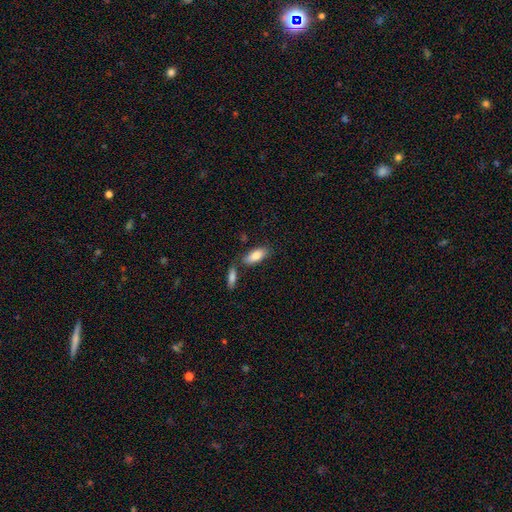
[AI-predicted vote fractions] smooth 80%, featured or disk 14%, star or artifact 6%. Down the decision tree: how rounded — in between (81%); merging — none (71%).